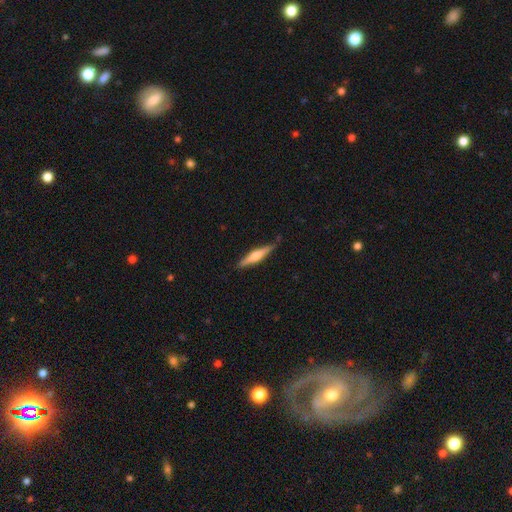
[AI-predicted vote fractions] Q: Smooth or featured?
A: featured or disk (53%); runner-up: smooth (42%)
Q: Edge-on disk?
A: yes (97%); runner-up: no (3%)
Q: Edge-on bulge?
A: rounded (69%); runner-up: boxy (21%)
Q: Merging?
A: none (85%); runner-up: minor disturbance (12%)